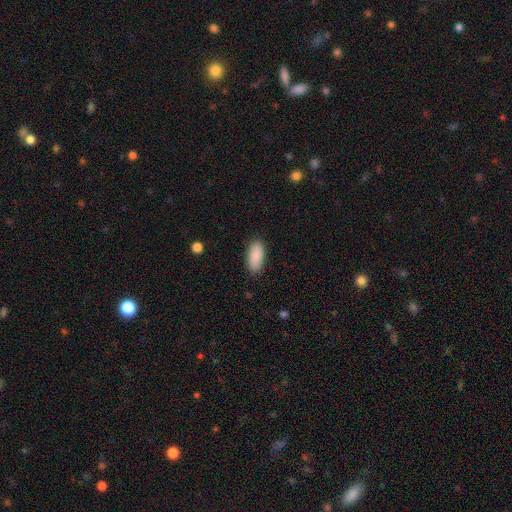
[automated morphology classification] Smooth or featured?
  - smooth: 90% *
  - star or artifact: 6%
  - featured or disk: 4%
How rounded?
  - in between: 87% *
  - cigar-shaped: 11%
  - round: 2%
Merging?
  - none: 88% *
  - minor disturbance: 9%
  - major disturbance: 2%
  - merger: 1%